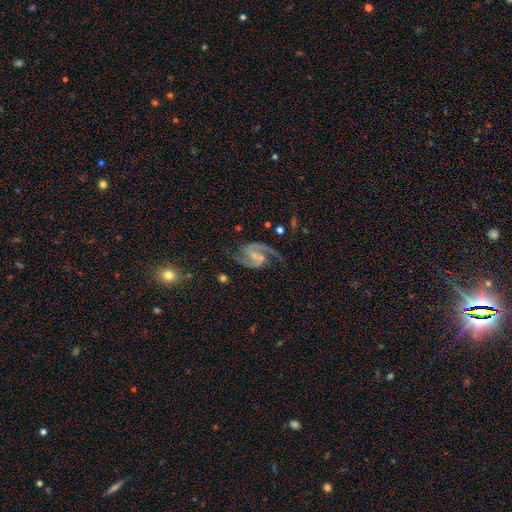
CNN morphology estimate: This appears to be a featured or disk galaxy (91%) with a weak bar (49%), 2 (93%) medium (57%) spiral arms (98%) and a small central bulge (50%). Merging: none (70%).